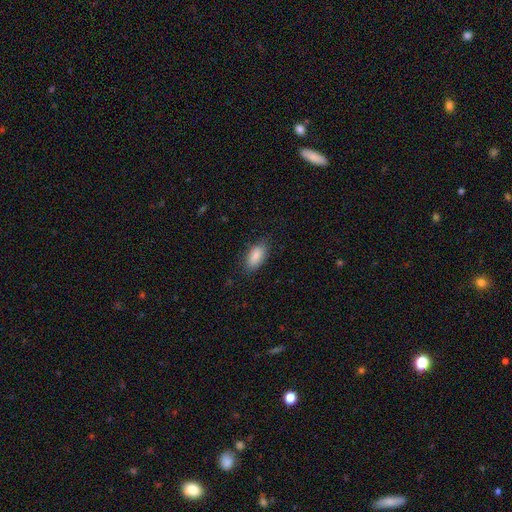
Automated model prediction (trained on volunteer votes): Overall: smooth (87%). How rounded: in between (91%). Merging: none (81%).